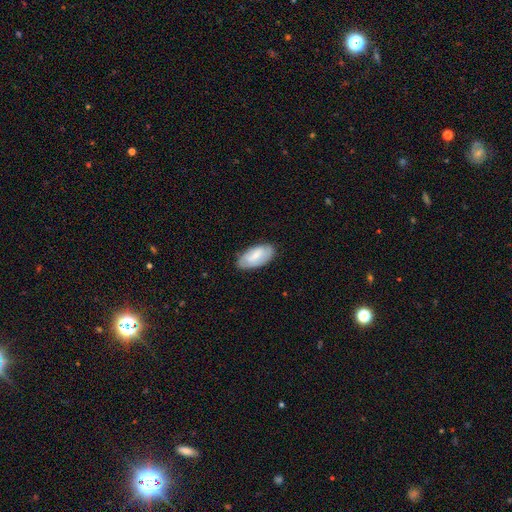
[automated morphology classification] Q: Smooth or featured?
A: smooth (70%); runner-up: featured or disk (24%)
Q: How rounded?
A: in between (93%); runner-up: cigar-shaped (5%)
Q: Merging?
A: none (78%); runner-up: minor disturbance (18%)